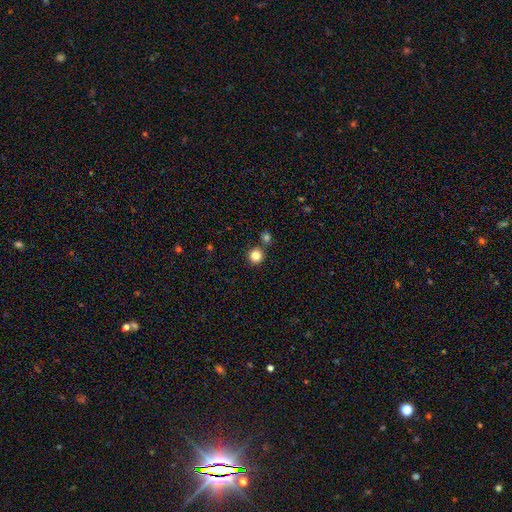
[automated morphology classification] Smooth or featured: smooth — 83% (star or artifact — 12%)
How rounded: round — 94% (in between — 5%)
Merging: none — 83% (merger — 9%)